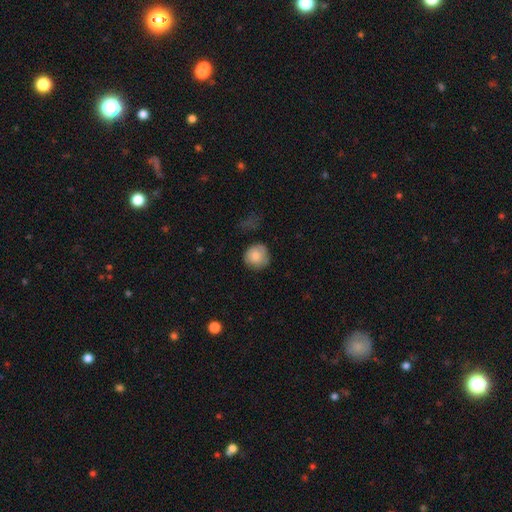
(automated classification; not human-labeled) A smooth galaxy with no disk features (84%) that is round (89%). Merging: none (71%).